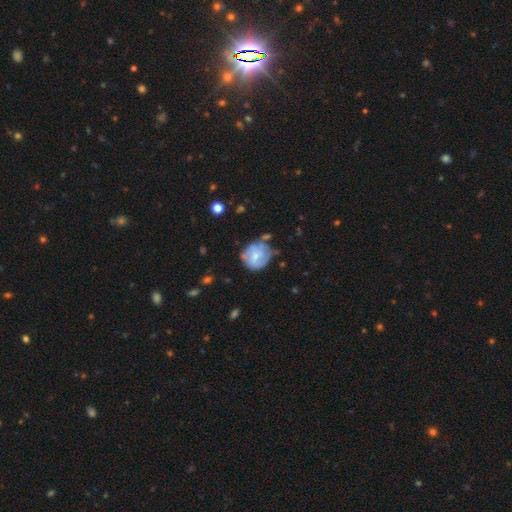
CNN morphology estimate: A featured or disk galaxy (47%).

Vote fractions:
- Smooth or featured? featured or disk: 47% / smooth: 45% / star or artifact: 7%
- Merging? none: 53% / minor disturbance: 28% / major disturbance: 12% / merger: 7%